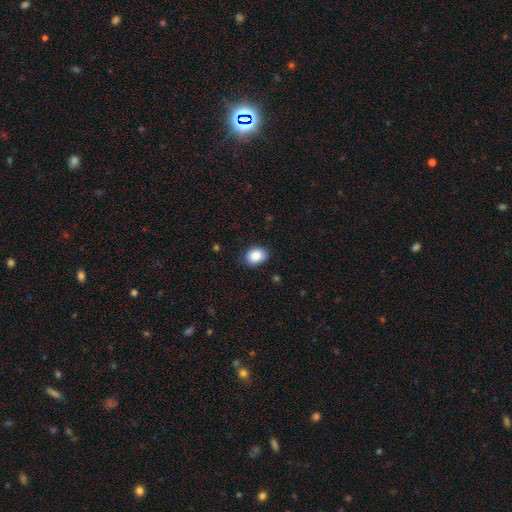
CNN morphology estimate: The model was most divided on "how rounded": in between: 63%, round: 36%, cigar-shaped: 1%. More confident: smooth or featured — smooth (86%); merging — none (81%).